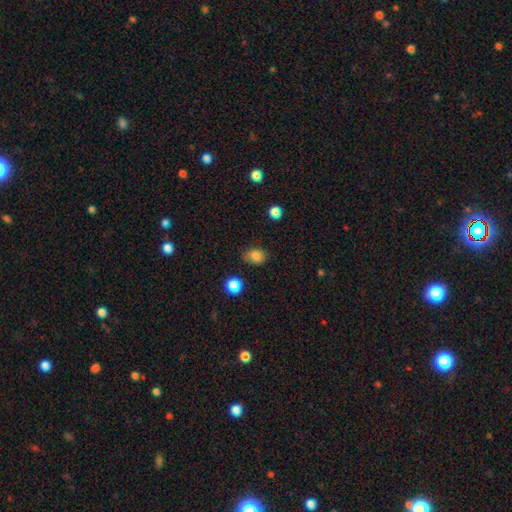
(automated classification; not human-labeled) smooth_or_featured: smooth (p=0.84) [alt: star or artifact p=0.11]
how_rounded: in between (p=0.62) [alt: round p=0.37]
merging: none (p=0.76) [alt: minor disturbance p=0.18]